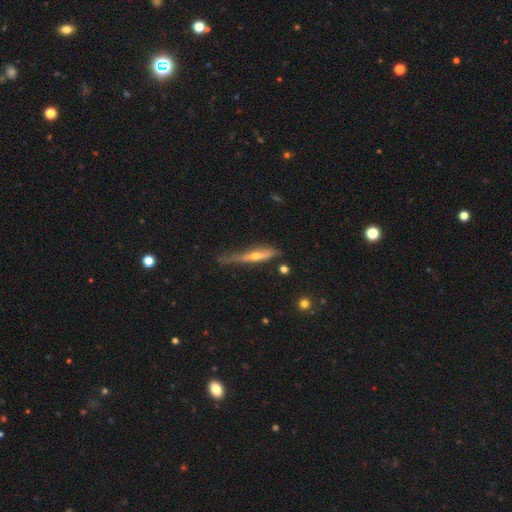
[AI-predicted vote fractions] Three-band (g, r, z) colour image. It shows a featured or disk galaxy (61%) viewed edge-on (87%) with a rounded central bulge (84%). Merging: none (45%).